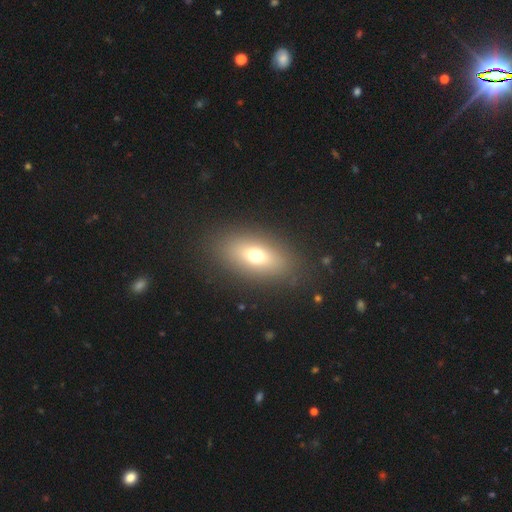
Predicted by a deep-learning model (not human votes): Smooth or featured: smooth — 66% (featured or disk — 19%)
How rounded: in between — 80% (round — 14%)
Merging: none — 86% (minor disturbance — 8%)